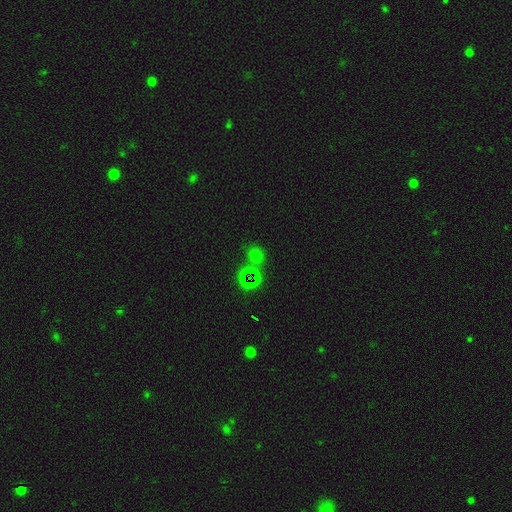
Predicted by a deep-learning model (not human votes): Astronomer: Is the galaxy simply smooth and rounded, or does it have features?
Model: smooth — 50% (runner-up: star or artifact, 41%).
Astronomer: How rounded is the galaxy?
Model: round — 78%.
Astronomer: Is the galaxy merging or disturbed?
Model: none — 67%.